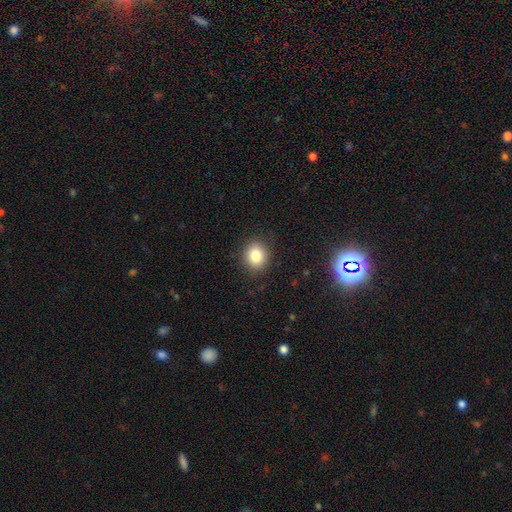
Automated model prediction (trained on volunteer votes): Morphology: type=smooth (83%); roundness=round (77%); merging=none (89%).